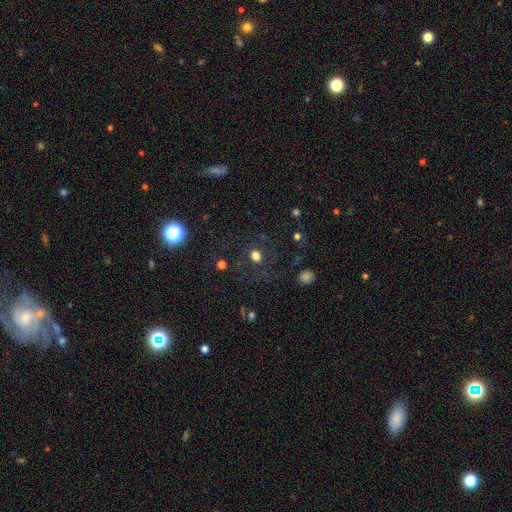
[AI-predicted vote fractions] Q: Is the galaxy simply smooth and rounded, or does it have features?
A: smooth — 66%.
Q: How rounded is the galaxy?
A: round — 72%.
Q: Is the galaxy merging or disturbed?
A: none — 77%.